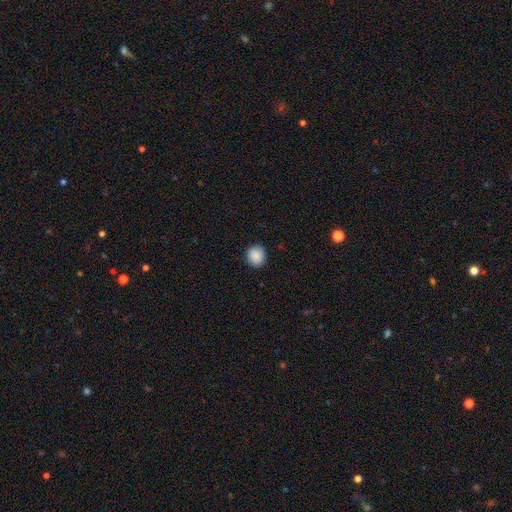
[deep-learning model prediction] This appears to be a smooth galaxy with no disk features (89%) that is round (84%). Merging: none (90%).